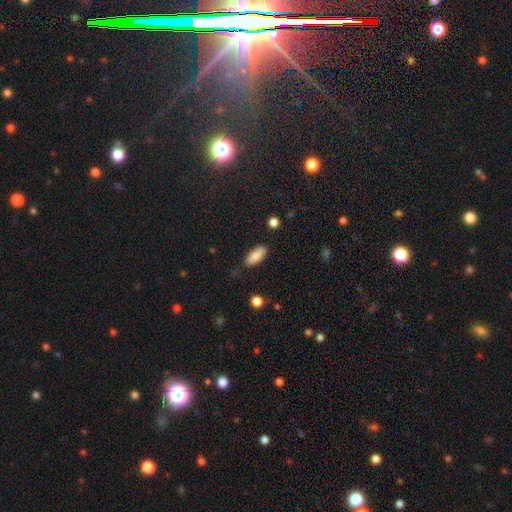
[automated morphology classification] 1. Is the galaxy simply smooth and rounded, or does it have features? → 84% smooth, 9% featured or disk, 7% star or artifact.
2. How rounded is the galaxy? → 84% in between, 14% cigar-shaped, 2% round.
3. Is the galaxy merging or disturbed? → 84% none, 12% minor disturbance, 2% major disturbance, 2% merger.